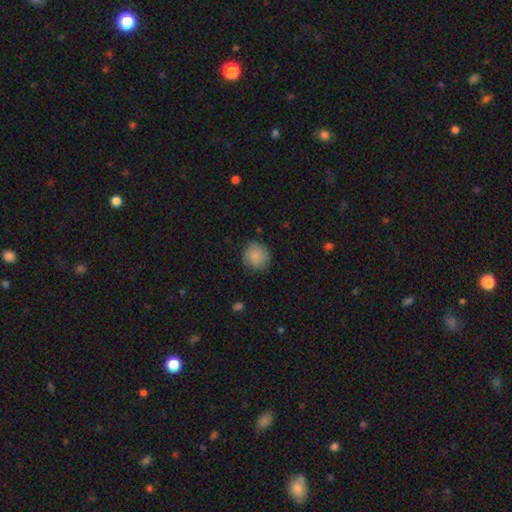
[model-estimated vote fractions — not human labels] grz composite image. It shows a smooth galaxy with no disk features (85%) that is round (91%). Merging: none (84%).